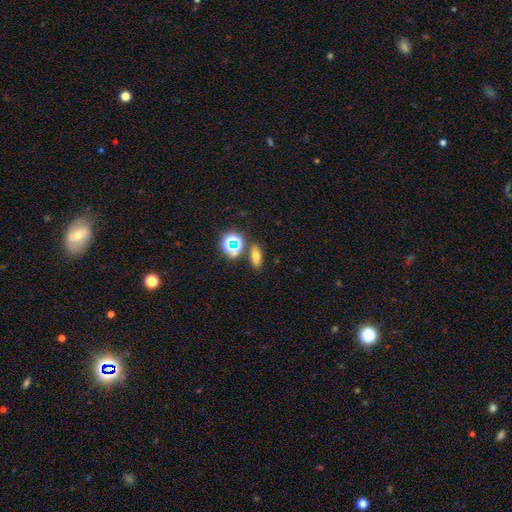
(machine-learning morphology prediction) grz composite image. It shows a smooth galaxy with no disk features (60%) that is in between round and cigar-shaped (74%). Merging: none (78%).